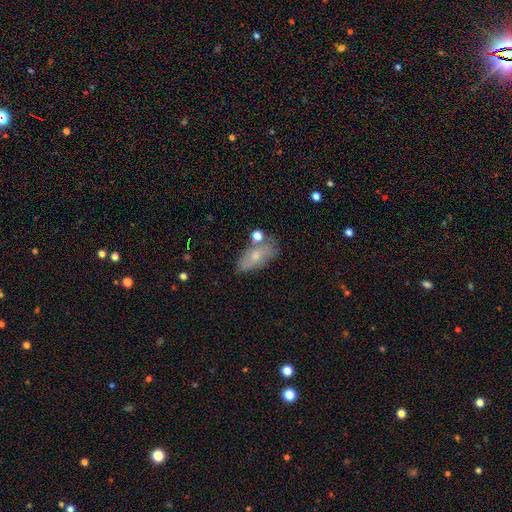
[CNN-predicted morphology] The model was most divided on "smooth or featured": smooth: 58%, featured or disk: 33%, star or artifact: 9%. More confident: how rounded — in between (86%); merging — none (57%).